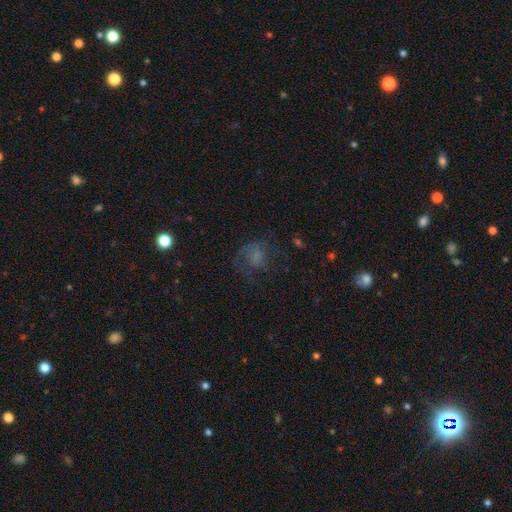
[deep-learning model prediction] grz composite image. It shows a smooth galaxy with no disk features (45%). Merging: none (45%).